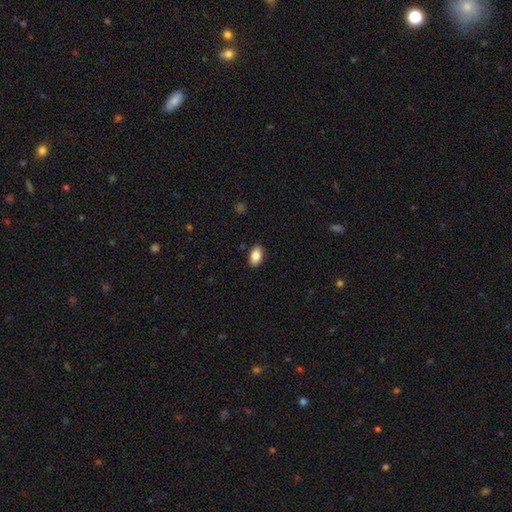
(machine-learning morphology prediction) Smooth or featured?
  - smooth: 86% *
  - star or artifact: 7%
  - featured or disk: 6%
How rounded?
  - in between: 92% *
  - round: 6%
  - cigar-shaped: 2%
Merging?
  - none: 88% *
  - minor disturbance: 9%
  - major disturbance: 2%
  - merger: 1%